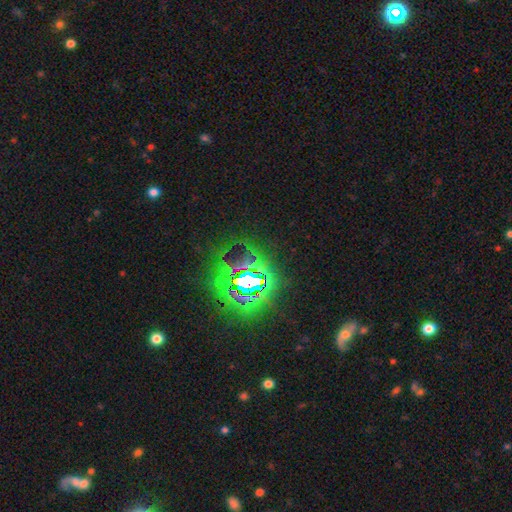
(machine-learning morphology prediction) type=star or artifact (82%).